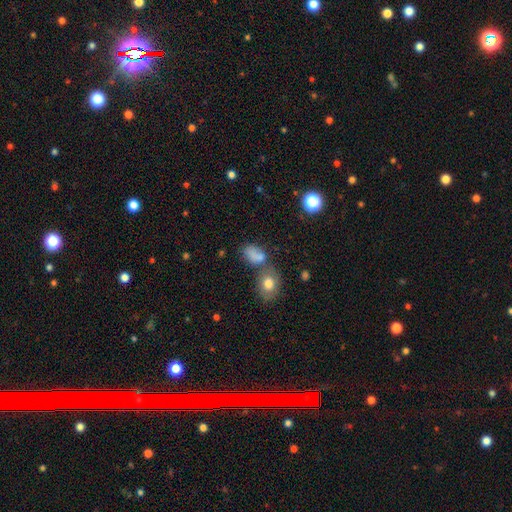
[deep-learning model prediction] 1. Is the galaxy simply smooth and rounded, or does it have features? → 76% smooth, 14% star or artifact, 10% featured or disk.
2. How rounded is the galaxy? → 78% in between, 19% round, 3% cigar-shaped.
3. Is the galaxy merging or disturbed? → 39% none, 31% merger, 19% minor disturbance, 11% major disturbance.